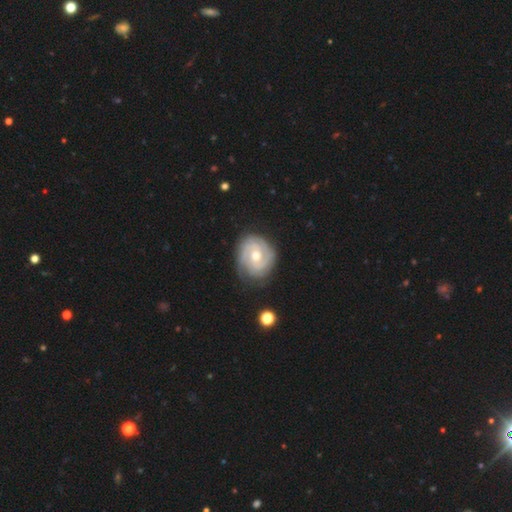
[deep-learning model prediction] Smooth or featured? featured or disk (87%)
Edge-on disk? no (98%)
Bar? no (60%)
Spiral arms? yes (97%)
Spiral winding? tight (74%)
Spiral arm count? 2 (47%)
Bulge size? moderate (74%)
Merging? none (77%)